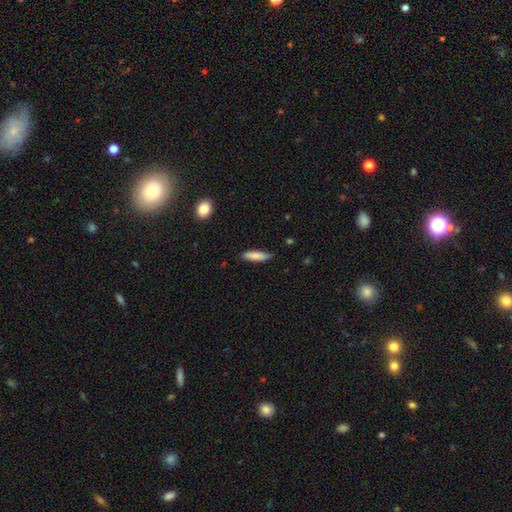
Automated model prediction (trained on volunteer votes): Smooth or featured? Predicted: smooth (p=0.83). How rounded? Predicted: cigar-shaped (p=0.64). Merging? Predicted: none (p=0.78).